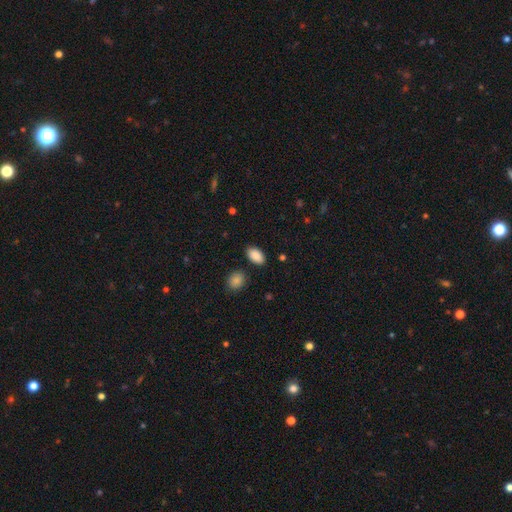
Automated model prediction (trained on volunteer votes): The model was most divided on "merging": none: 86%, minor disturbance: 9%, merger: 3%, major disturbance: 2%. More confident: how rounded — in between (93%); smooth or featured — smooth (89%).